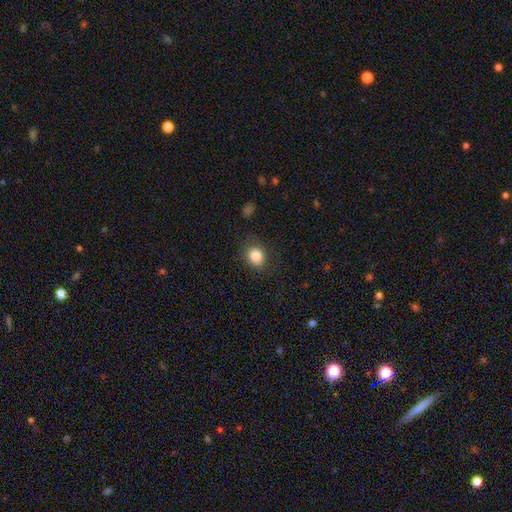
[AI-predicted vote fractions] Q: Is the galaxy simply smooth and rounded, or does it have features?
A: smooth — 84%.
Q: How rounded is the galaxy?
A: round — 66%.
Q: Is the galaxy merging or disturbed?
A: none — 82%.